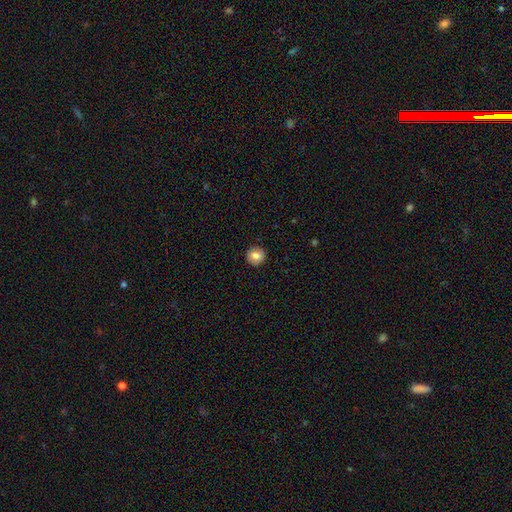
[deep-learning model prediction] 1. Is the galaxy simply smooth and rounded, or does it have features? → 78% smooth, 13% featured or disk, 9% star or artifact.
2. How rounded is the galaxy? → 91% round, 8% in between, 1% cigar-shaped.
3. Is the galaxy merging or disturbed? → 90% none, 7% minor disturbance, 2% major disturbance, 1% merger.